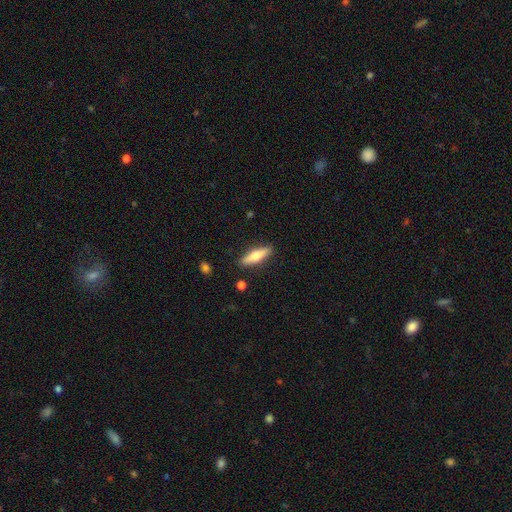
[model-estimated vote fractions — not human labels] A smooth galaxy with no disk features (55%) that is cigar-shaped (66%). Merging: none (88%).